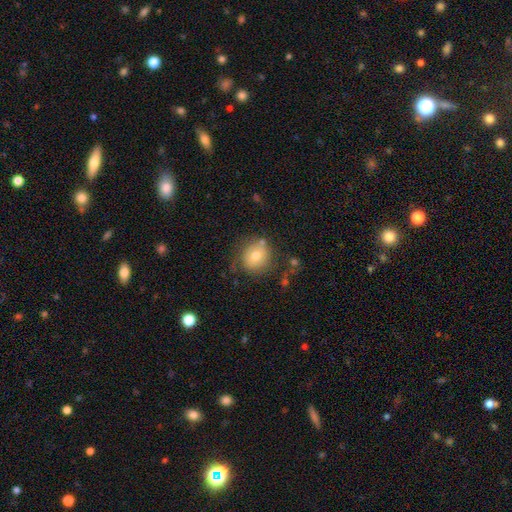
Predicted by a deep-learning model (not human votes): smooth 70%, featured or disk 20%, star or artifact 11%. Down the decision tree: how rounded — round (84%); merging — none (71%).